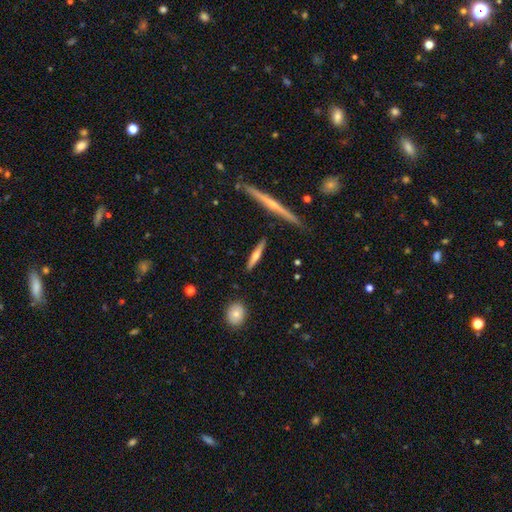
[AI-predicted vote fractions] Smooth or featured?
  - featured or disk: 53% *
  - smooth: 41%
  - star or artifact: 6%
Edge-on disk?
  - yes: 94% *
  - no: 6%
Edge-on bulge?
  - rounded: 80% *
  - none: 14%
  - boxy: 6%
Merging?
  - none: 87% *
  - minor disturbance: 9%
  - merger: 2%
  - major disturbance: 2%